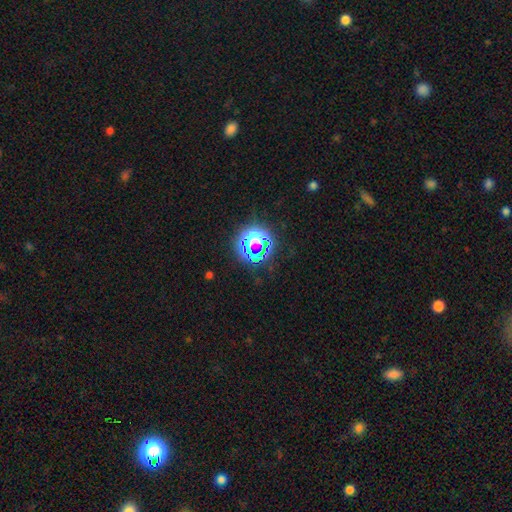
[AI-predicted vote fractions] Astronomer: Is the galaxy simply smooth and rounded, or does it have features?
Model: star or artifact — 71%.